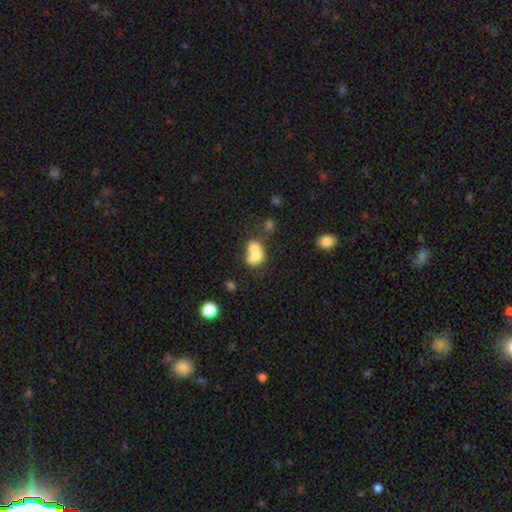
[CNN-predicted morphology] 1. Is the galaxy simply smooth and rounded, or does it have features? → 69% smooth, 21% featured or disk, 10% star or artifact.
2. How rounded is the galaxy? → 53% in between, 46% round, 1% cigar-shaped.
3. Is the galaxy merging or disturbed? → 72% merger, 17% none, 6% minor disturbance, 4% major disturbance.